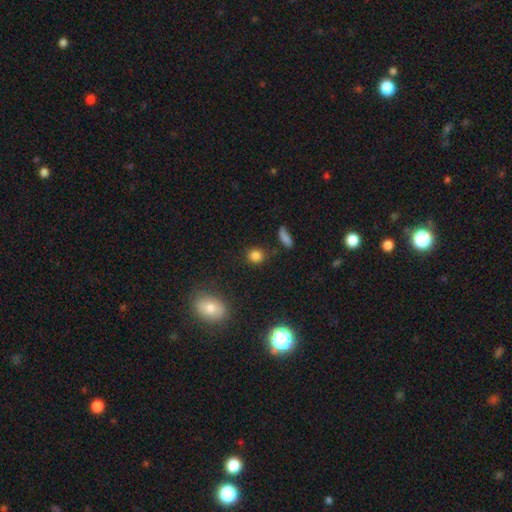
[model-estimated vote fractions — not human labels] Smooth or featured?
  - smooth: 83% *
  - star or artifact: 12%
  - featured or disk: 5%
How rounded?
  - round: 79% *
  - in between: 19%
  - cigar-shaped: 2%
Merging?
  - none: 84% *
  - minor disturbance: 10%
  - merger: 3%
  - major disturbance: 3%